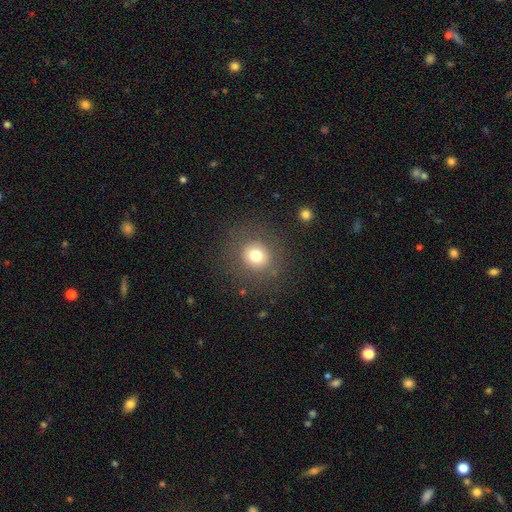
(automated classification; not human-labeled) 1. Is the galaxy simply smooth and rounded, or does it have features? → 75% smooth, 14% star or artifact, 11% featured or disk.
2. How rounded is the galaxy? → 88% round, 11% in between, 1% cigar-shaped.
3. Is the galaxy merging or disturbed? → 84% none, 9% minor disturbance, 6% major disturbance, 2% merger.